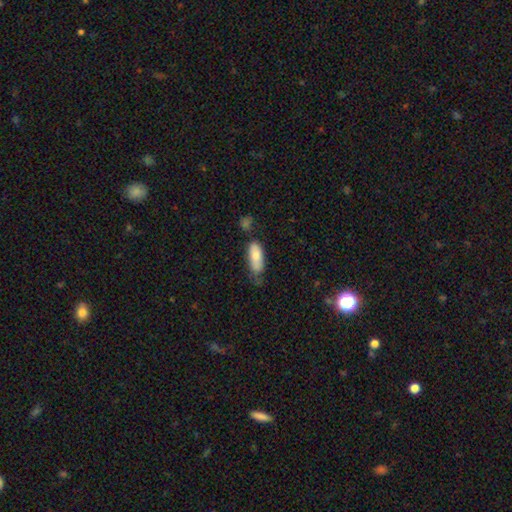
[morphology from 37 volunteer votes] smooth-or-featured: smooth: 81% | featured or disk: 14% | star or artifact: 5%
  how-rounded: in between: 53% | cigar-shaped: 47% | round: 0%
  merging: none: 49% | minor disturbance: 31% | major disturbance: 17% | merger: 3%